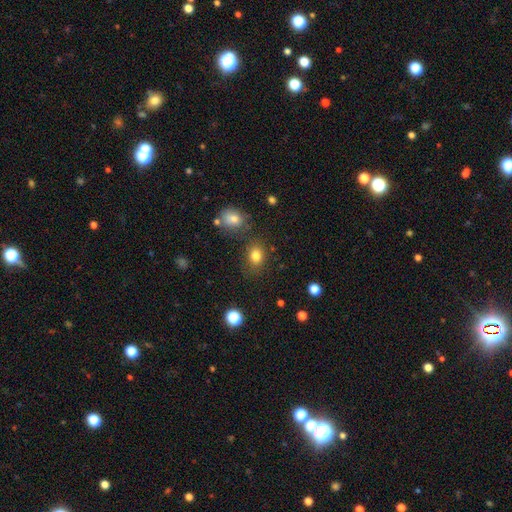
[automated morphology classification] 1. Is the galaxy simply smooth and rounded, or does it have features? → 81% smooth, 13% star or artifact, 7% featured or disk.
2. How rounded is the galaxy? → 53% in between, 46% round, 1% cigar-shaped.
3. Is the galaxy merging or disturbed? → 75% none, 13% minor disturbance, 7% merger, 5% major disturbance.